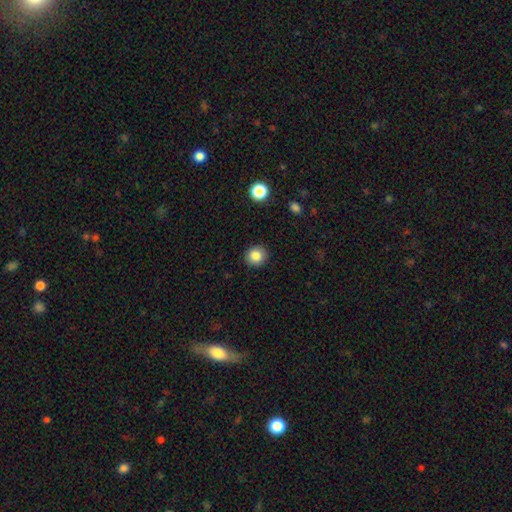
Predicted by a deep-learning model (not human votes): This appears to be a smooth galaxy with no disk features (84%) that is round (88%). Merging: none (91%).